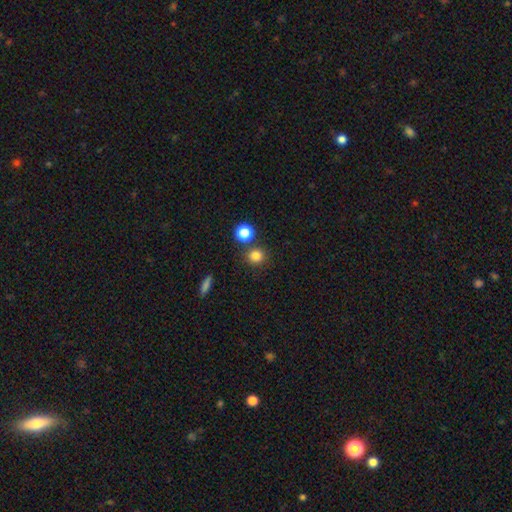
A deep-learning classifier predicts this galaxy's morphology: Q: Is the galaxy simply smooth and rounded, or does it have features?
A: smooth — 82%.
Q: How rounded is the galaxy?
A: round — 90%.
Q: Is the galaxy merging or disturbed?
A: none — 79%.